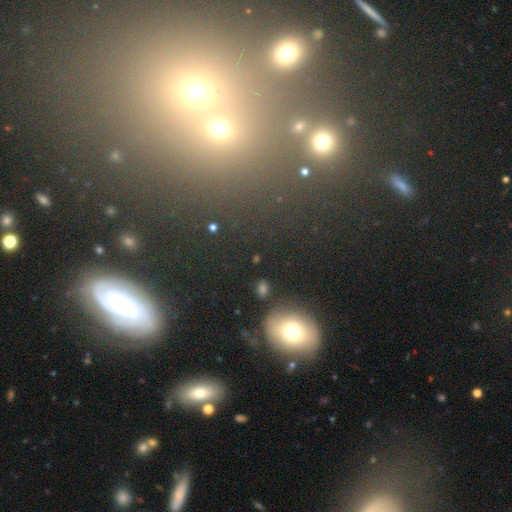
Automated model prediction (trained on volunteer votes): The model was most divided on "smooth or featured": smooth: 50%, star or artifact: 32%, featured or disk: 18%. More confident: merging — none (77%).